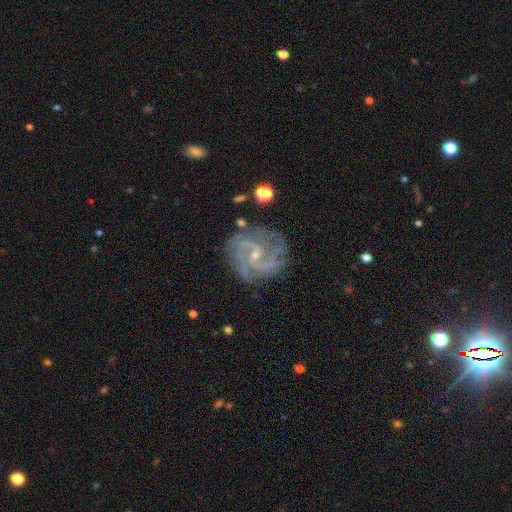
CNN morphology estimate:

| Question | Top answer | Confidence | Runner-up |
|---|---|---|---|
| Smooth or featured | featured or disk | 90% | star or artifact (6%) |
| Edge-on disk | no | 98% | yes (2%) |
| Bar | weak | 46% | no (40%) |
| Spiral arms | yes | 98% | no (2%) |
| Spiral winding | medium | 54% | tight (32%) |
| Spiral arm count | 2 | 57% | 3 (20%) |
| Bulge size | small | 77% | moderate (18%) |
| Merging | none | 71% | minor disturbance (18%) |